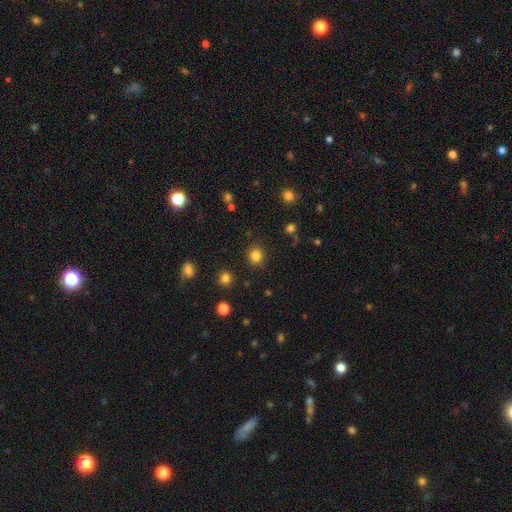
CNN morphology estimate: Overall: smooth (83%). How rounded: round (88%). Merging: none (89%).